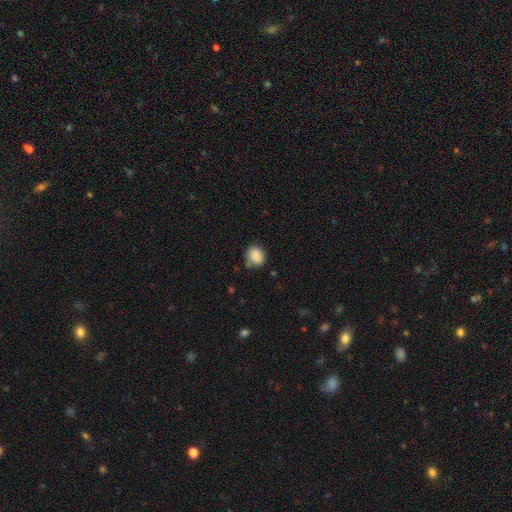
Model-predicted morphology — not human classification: Smooth or featured?
  - smooth: 87% *
  - star or artifact: 8%
  - featured or disk: 5%
How rounded?
  - round: 67% *
  - in between: 32%
  - cigar-shaped: 1%
Merging?
  - none: 71% *
  - minor disturbance: 20%
  - merger: 5%
  - major disturbance: 4%